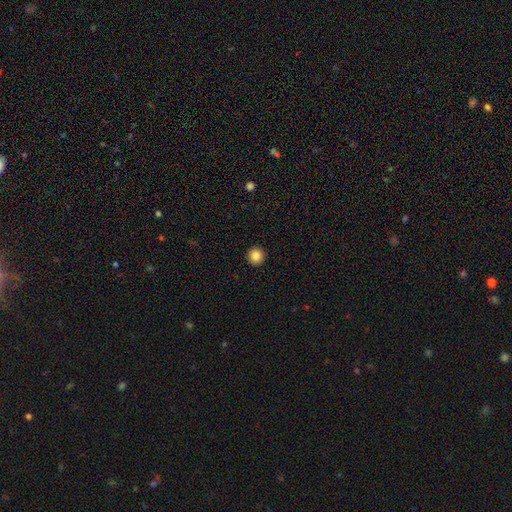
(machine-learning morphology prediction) smooth 85%, star or artifact 10%, featured or disk 5%. Down the decision tree: how rounded — round (96%); merging — none (94%).